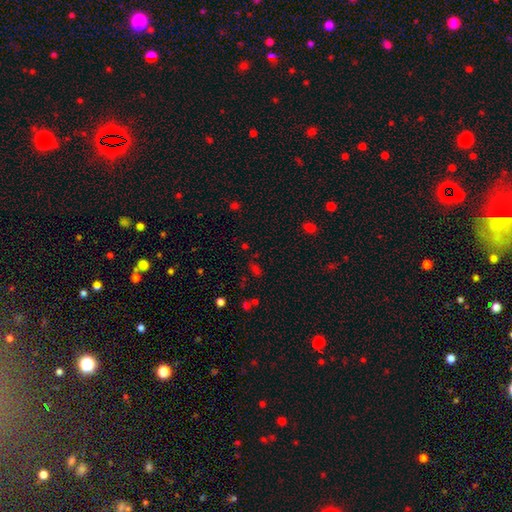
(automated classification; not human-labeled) Q: Smooth or featured?
A: smooth (52%); runner-up: star or artifact (41%)
Q: How rounded?
A: in between (74%); runner-up: round (21%)
Q: Merging?
A: none (69%); runner-up: minor disturbance (16%)